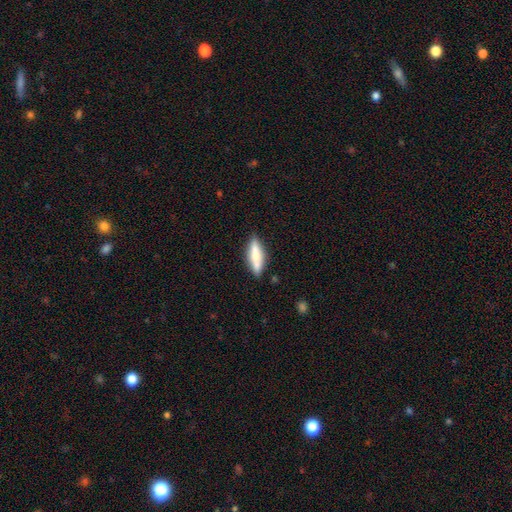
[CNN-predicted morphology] type=smooth (60%); roundness=cigar-shaped (66%); merging=none (82%).